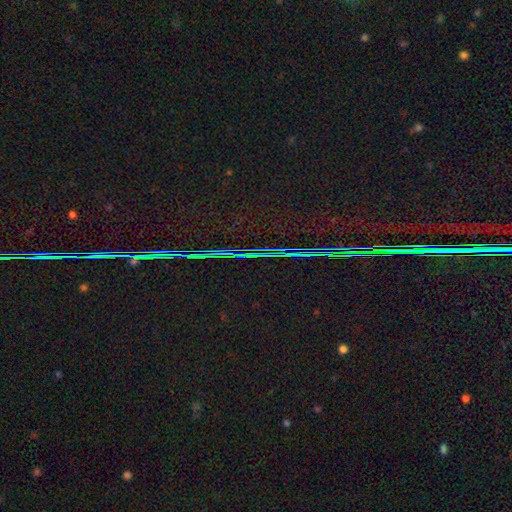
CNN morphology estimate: A star or artifact, not a galaxy (88%).

Vote fractions:
- Smooth or featured? star or artifact: 88% / featured or disk: 6% / smooth: 6%